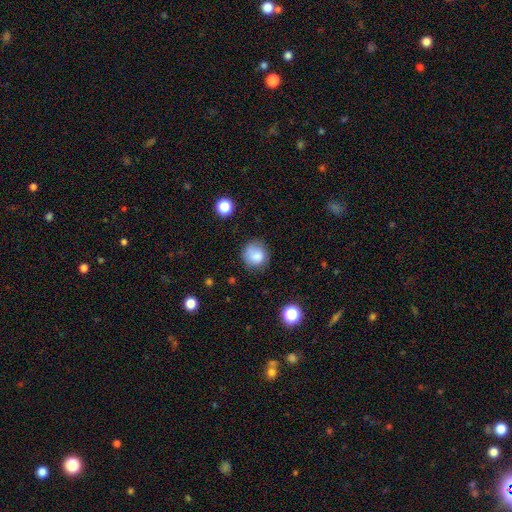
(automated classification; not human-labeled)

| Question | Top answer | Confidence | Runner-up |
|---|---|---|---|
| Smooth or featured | smooth | 81% | star or artifact (10%) |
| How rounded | round | 87% | in between (12%) |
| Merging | none | 70% | minor disturbance (20%) |